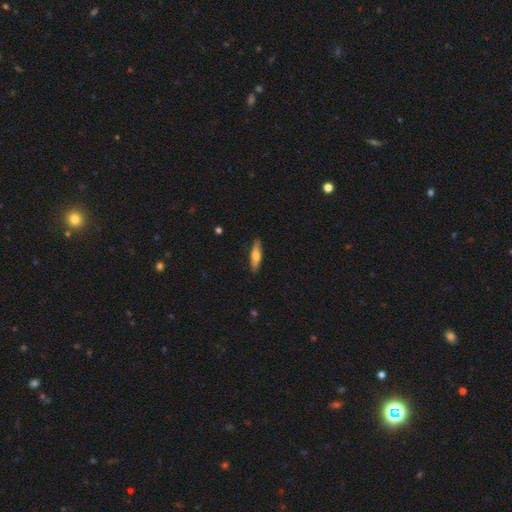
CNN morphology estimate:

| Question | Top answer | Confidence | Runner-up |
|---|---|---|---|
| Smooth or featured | smooth | 58% | featured or disk (36%) |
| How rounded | cigar-shaped | 73% | in between (25%) |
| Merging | none | 86% | minor disturbance (11%) |